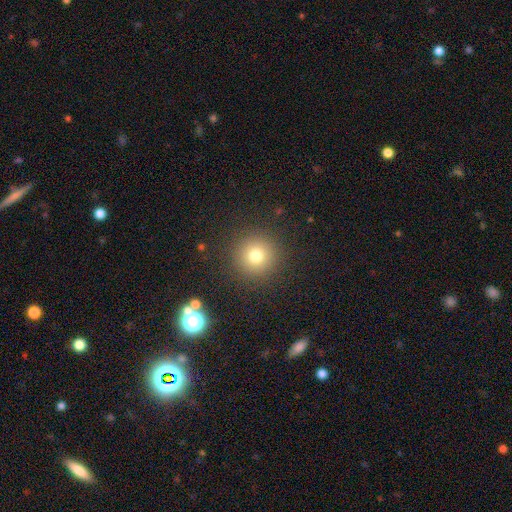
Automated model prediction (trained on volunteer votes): smooth_or_featured: smooth (p=0.75) [alt: star or artifact p=0.15]
how_rounded: round (p=0.95) [alt: in between p=0.04]
merging: none (p=0.90) [alt: minor disturbance p=0.06]